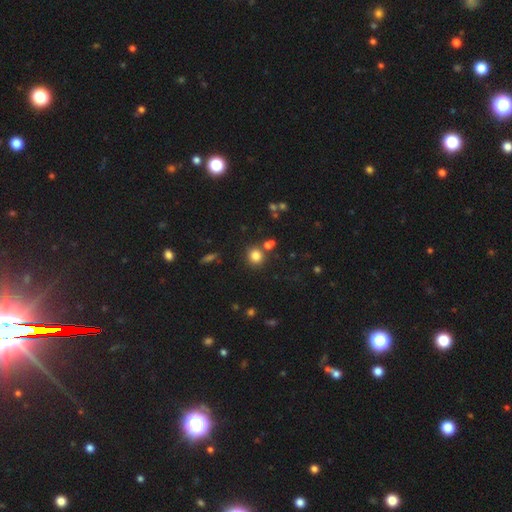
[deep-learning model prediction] Smooth or featured? smooth (81%)
How rounded? round (85%)
Merging? none (76%)